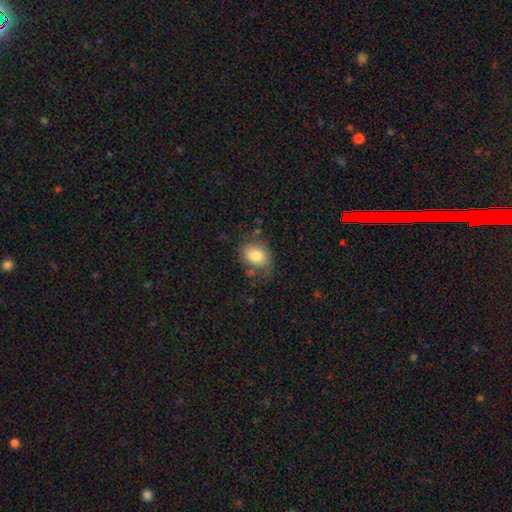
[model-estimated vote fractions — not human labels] Overall: smooth (76%). How rounded: in between (70%). Merging: none (58%; minor disturbance 26%).